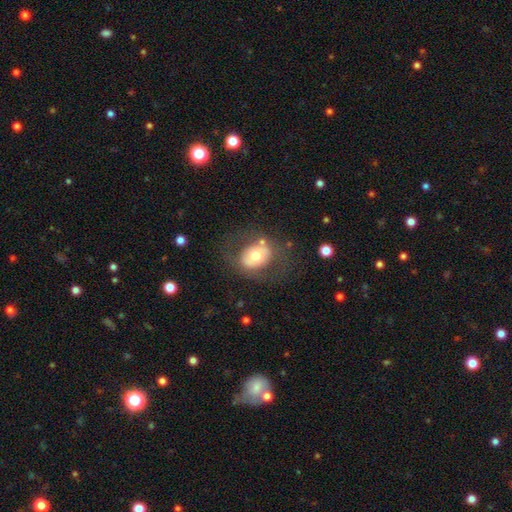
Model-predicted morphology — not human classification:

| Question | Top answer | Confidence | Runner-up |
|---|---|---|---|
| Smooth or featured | smooth | 55% | featured or disk (37%) |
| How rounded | in between | 58% | round (41%) |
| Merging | none | 65% | minor disturbance (17%) |